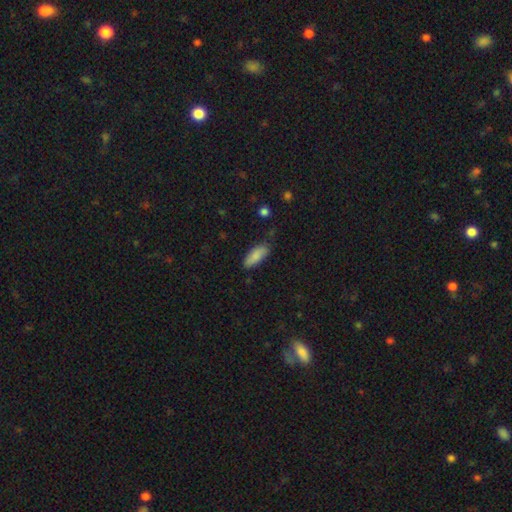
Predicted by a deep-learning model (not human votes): Smooth or featured? smooth (85%)
How rounded? in between (73%)
Merging? none (80%)